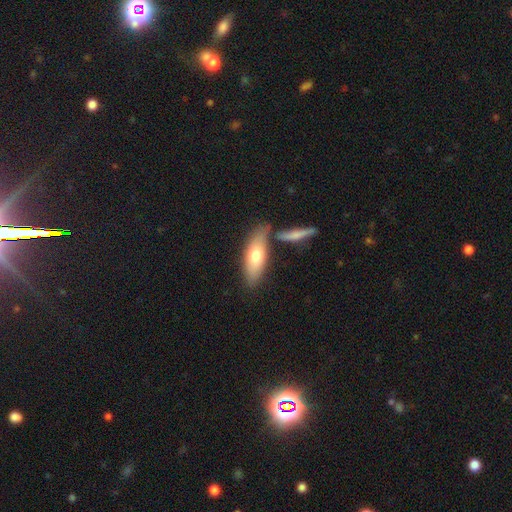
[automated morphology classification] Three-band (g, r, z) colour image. It shows a smooth galaxy with no disk features (68%) that is in between round and cigar-shaped (67%). Merging: none (65%).